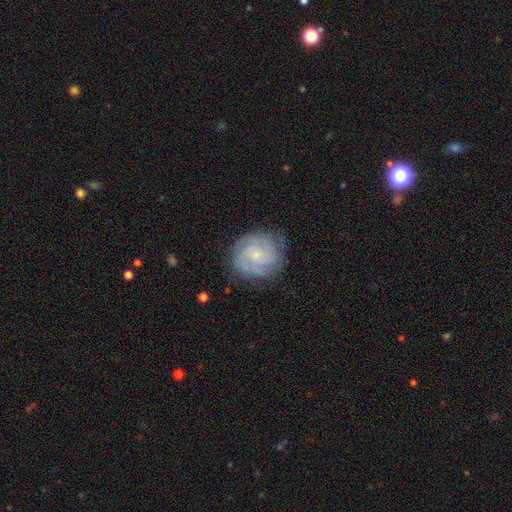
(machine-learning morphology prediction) Overall: featured or disk (81%). Edge-on disk: no (98%). Bar: no (65%; weak 31%). Spiral arms: yes (96%). Spiral arm count: 2 (34%; 3 28%). Spiral winding: tight (64%; medium 30%). Bulge size: small (74%). Merging: none (78%).